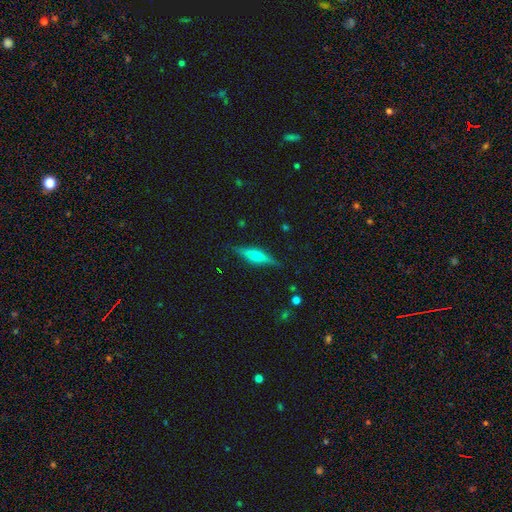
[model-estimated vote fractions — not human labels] Smooth or featured? Predicted: featured or disk (p=0.57). Edge-on disk? Predicted: yes (p=0.95). Edge-on bulge? Predicted: rounded (p=0.75). Merging? Predicted: none (p=0.86).